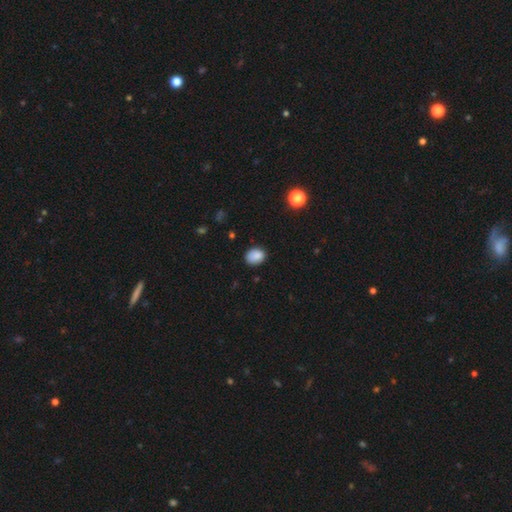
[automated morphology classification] Smooth or featured: smooth — 86% (star or artifact — 10%)
How rounded: in between — 59% (round — 40%)
Merging: none — 83% (minor disturbance — 14%)